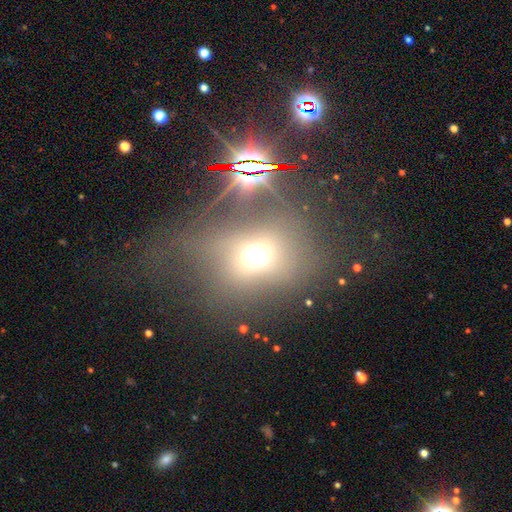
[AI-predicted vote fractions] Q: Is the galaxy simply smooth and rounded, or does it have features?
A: smooth — 53%.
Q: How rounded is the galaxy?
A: round — 58%.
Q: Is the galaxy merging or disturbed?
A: none — 58%.